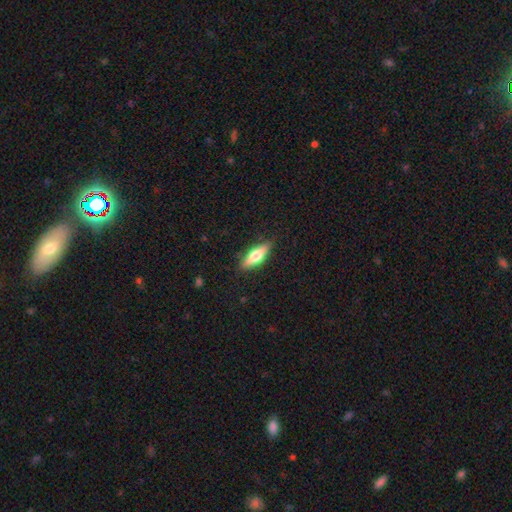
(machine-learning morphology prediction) Smooth or featured? smooth (55%)
How rounded? in between (50%)
Merging? none (87%)